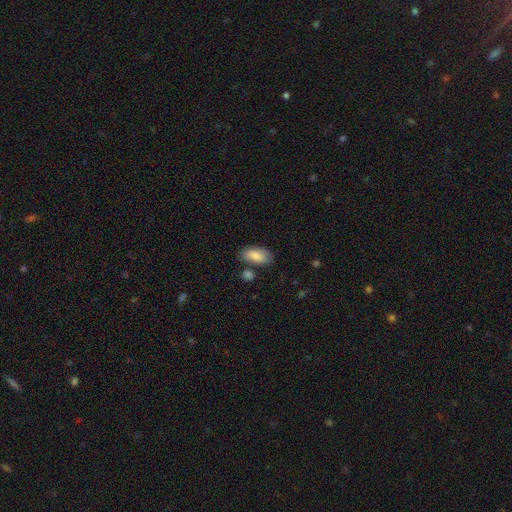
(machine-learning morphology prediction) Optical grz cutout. It shows a smooth galaxy with no disk features (84%) that is in between round and cigar-shaped (92%). Merging: none (68%).